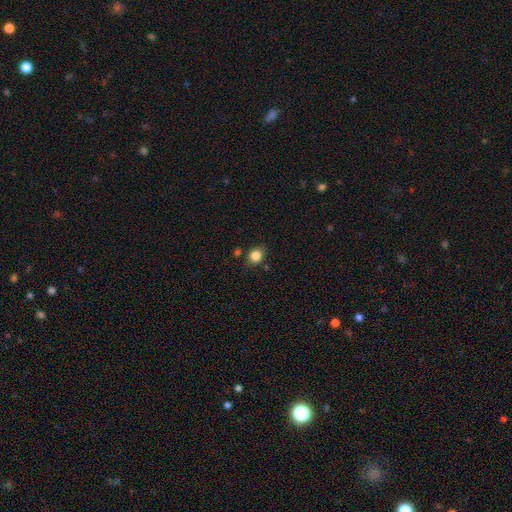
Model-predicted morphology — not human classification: A smooth galaxy with no disk features (83%) that is round (61%).

Vote fractions:
- Smooth or featured? smooth: 83% / star or artifact: 11% / featured or disk: 5%
- How rounded? round: 61% / in between: 38% / cigar-shaped: 1%
- Merging? none: 81% / minor disturbance: 12% / merger: 4% / major disturbance: 3%